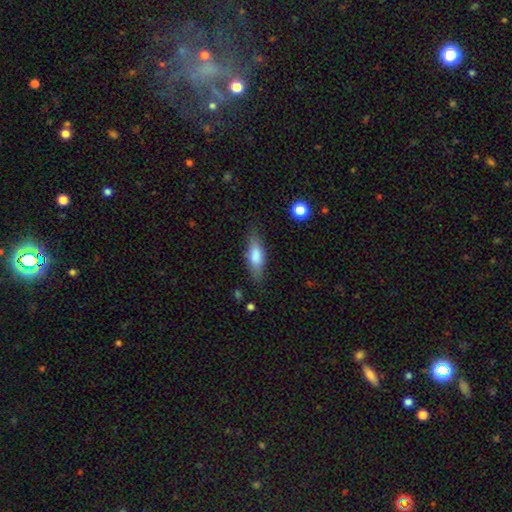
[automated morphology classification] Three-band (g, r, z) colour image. It shows a smooth galaxy with no disk features (75%) that is in between round and cigar-shaped (59%). Merging: none (78%).